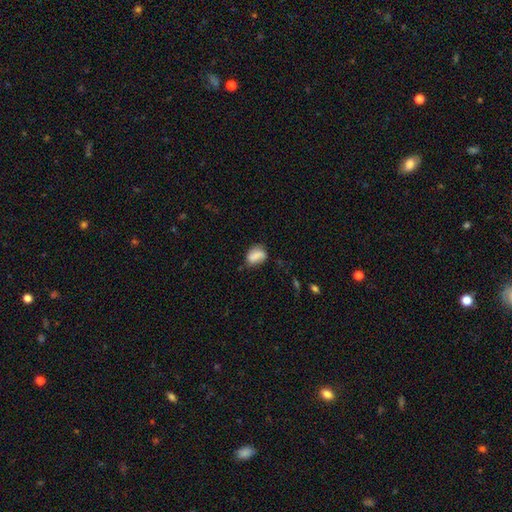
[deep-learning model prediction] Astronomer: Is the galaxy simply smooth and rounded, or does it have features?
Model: smooth — 74%.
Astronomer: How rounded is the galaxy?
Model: in between — 76%.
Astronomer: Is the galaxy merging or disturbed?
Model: none — 55% (runner-up: minor disturbance, 30%).